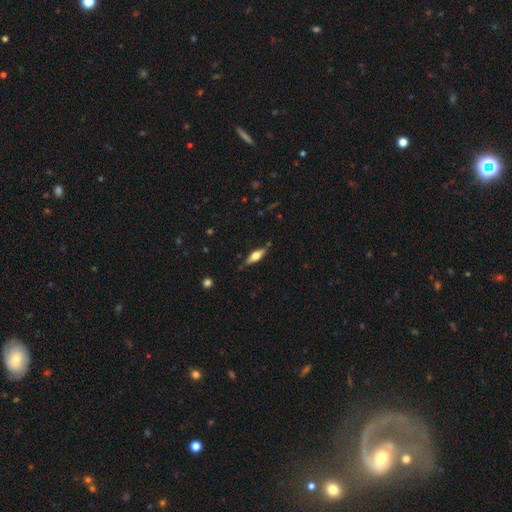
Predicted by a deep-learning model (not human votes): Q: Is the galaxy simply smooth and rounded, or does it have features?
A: smooth — 48%.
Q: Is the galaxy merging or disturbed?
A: none — 80%.